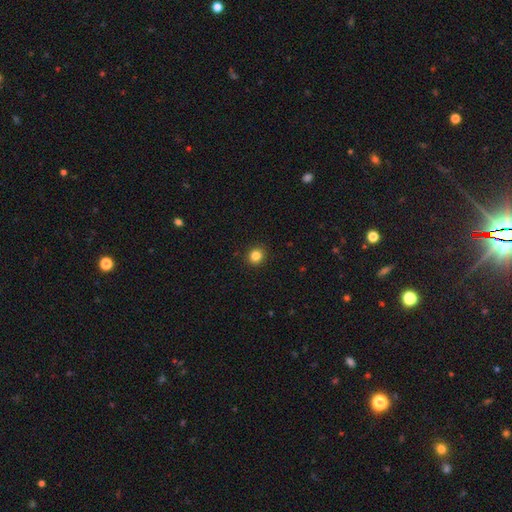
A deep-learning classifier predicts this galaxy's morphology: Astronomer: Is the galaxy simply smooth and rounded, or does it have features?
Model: smooth — 84%.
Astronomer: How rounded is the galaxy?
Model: round — 88%.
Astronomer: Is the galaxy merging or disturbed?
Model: none — 92%.